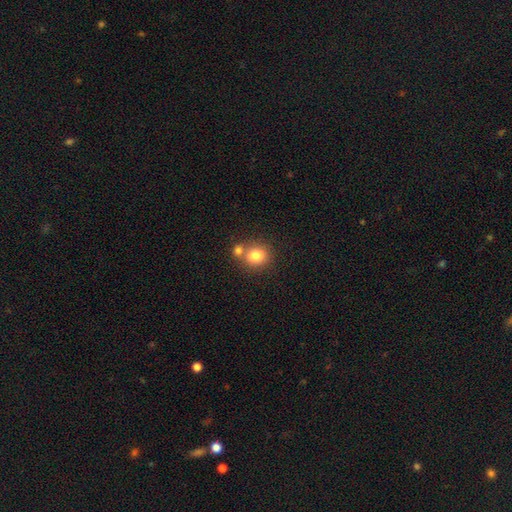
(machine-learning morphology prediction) Smooth or featured?
  - smooth: 80% *
  - star or artifact: 11%
  - featured or disk: 9%
How rounded?
  - round: 79% *
  - in between: 20%
  - cigar-shaped: 1%
Merging?
  - none: 56% *
  - merger: 33%
  - minor disturbance: 8%
  - major disturbance: 3%